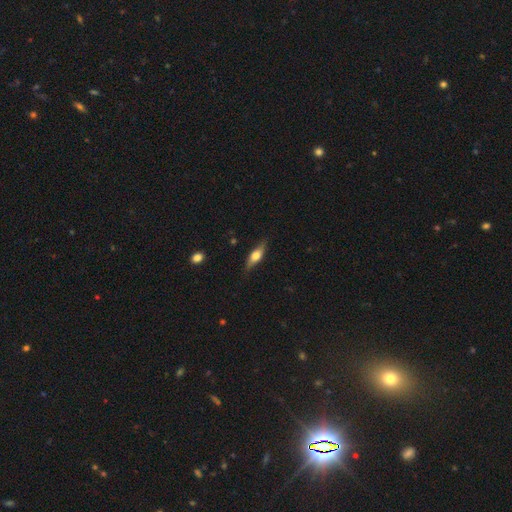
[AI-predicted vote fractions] Smooth or featured?
  - featured or disk: 51% *
  - smooth: 43%
  - star or artifact: 6%
Edge-on disk?
  - yes: 89% *
  - no: 11%
Merging?
  - none: 80% *
  - minor disturbance: 16%
  - major disturbance: 3%
  - merger: 1%